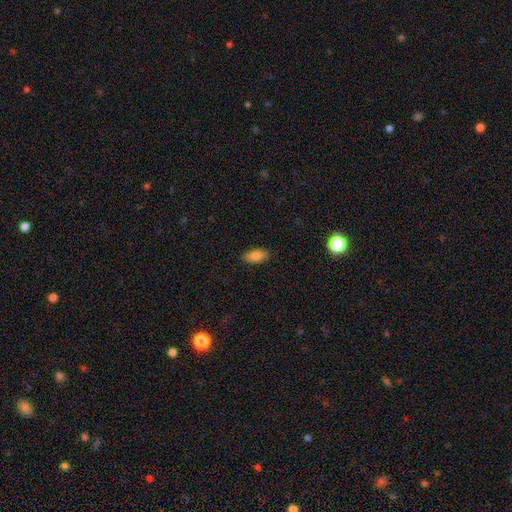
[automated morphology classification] Smooth or featured?
  - smooth: 80% *
  - featured or disk: 12%
  - star or artifact: 8%
How rounded?
  - in between: 88% *
  - cigar-shaped: 9%
  - round: 3%
Merging?
  - none: 88% *
  - minor disturbance: 9%
  - major disturbance: 2%
  - merger: 1%